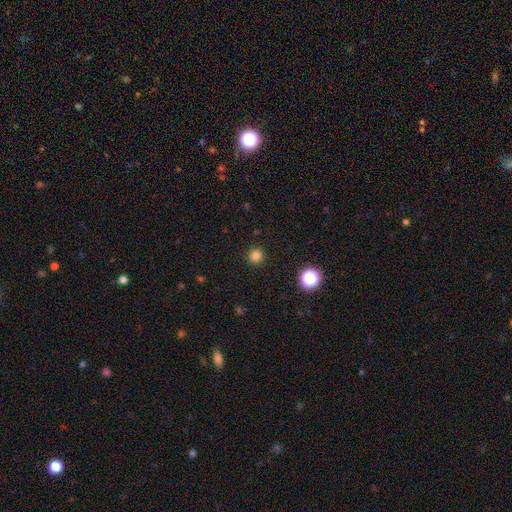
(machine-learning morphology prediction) Smooth or featured?
  - smooth: 81% *
  - star or artifact: 15%
  - featured or disk: 4%
How rounded?
  - round: 93% *
  - in between: 6%
  - cigar-shaped: 1%
Merging?
  - none: 92% *
  - minor disturbance: 5%
  - major disturbance: 2%
  - merger: 1%